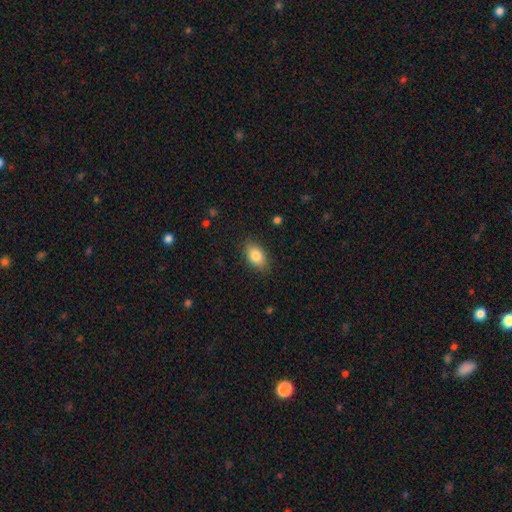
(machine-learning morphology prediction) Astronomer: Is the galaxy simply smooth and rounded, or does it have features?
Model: smooth — 83%.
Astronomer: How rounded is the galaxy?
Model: in between — 86%.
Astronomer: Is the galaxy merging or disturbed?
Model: none — 84%.